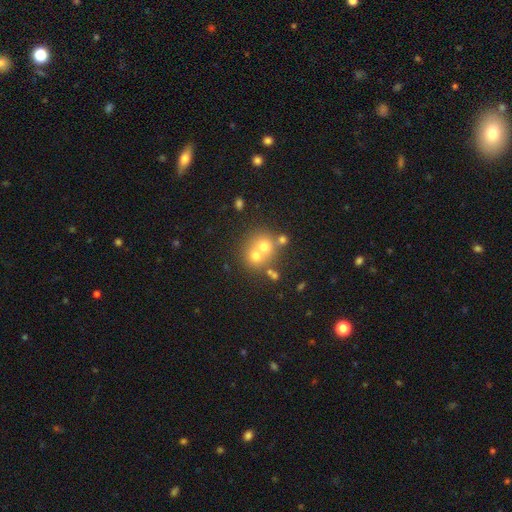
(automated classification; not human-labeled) Morphology: type=smooth (63%); roundness=round (81%); merging=merger (54%).